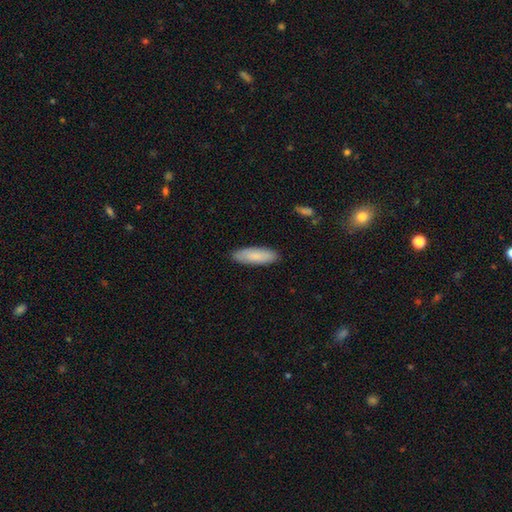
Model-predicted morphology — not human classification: A smooth galaxy with no disk features (84%) that is in between round and cigar-shaped (51%). Merging: none (88%).